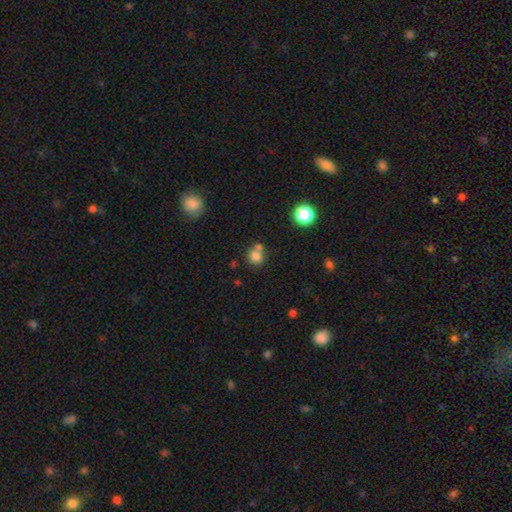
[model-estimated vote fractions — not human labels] Smooth or featured? Predicted: smooth (p=0.79). How rounded? Predicted: round (p=0.84). Merging? Predicted: none (p=0.55).